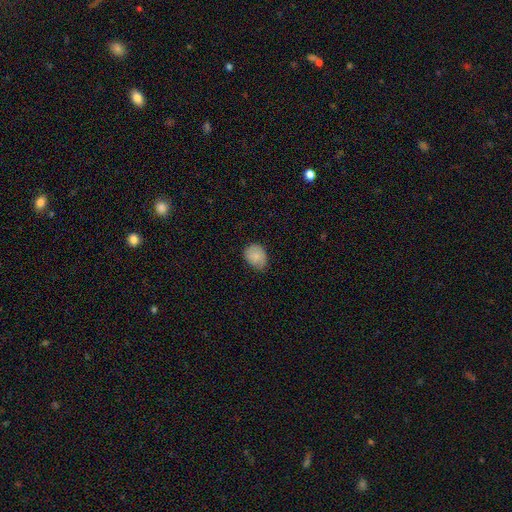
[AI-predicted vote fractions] A smooth galaxy with no disk features (83%) that is in between round and cigar-shaped (54%). Merging: none (64%).